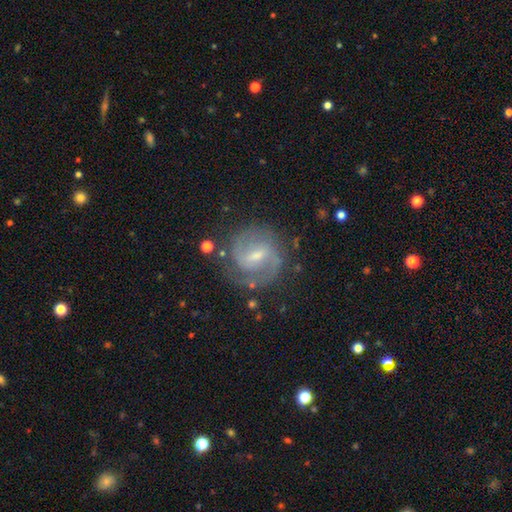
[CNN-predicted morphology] smooth_or_featured: featured or disk (p=0.84) [alt: smooth p=0.10]
disk_edge_on: no (p=0.97) [alt: yes p=0.03]
bar: weak (p=0.58) [alt: strong p=0.29]
has_spiral_arms: yes (p=0.95) [alt: no p=0.05]
spiral_winding: medium (p=0.52) [alt: tight p=0.34]
spiral_arm_count: 2 (p=0.85) [alt: can't tell p=0.07]
bulge_size: small (p=0.55) [alt: moderate p=0.36]
merging: none (p=0.78) [alt: minor disturbance p=0.15]